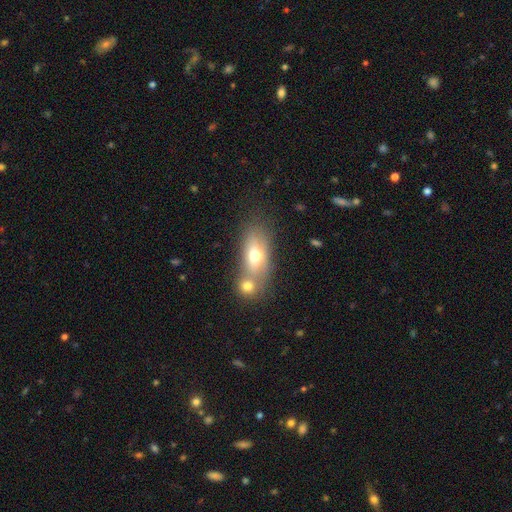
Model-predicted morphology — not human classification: The model was most divided on "merging": merger: 48%, none: 37%, minor disturbance: 10%, major disturbance: 5%. More confident: how rounded — in between (79%); smooth or featured — smooth (67%).